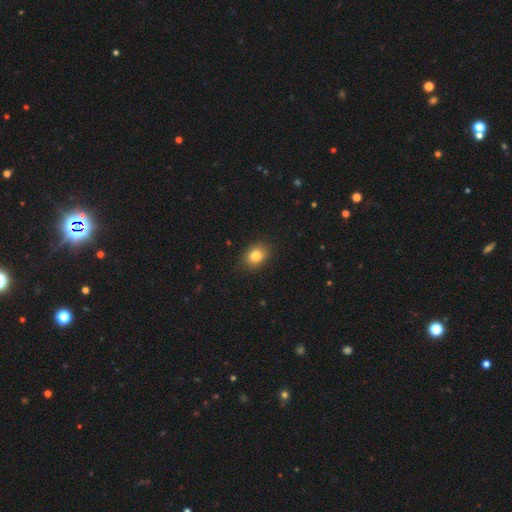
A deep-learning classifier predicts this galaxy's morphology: Smooth or featured: smooth — 82% (star or artifact — 10%)
How rounded: in between — 61% (round — 38%)
Merging: none — 87% (minor disturbance — 10%)